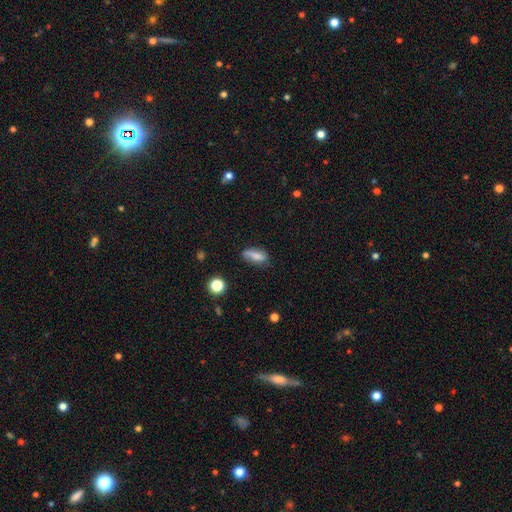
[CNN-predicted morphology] Smooth or featured? smooth (70%)
How rounded? in between (68%)
Merging? none (65%)